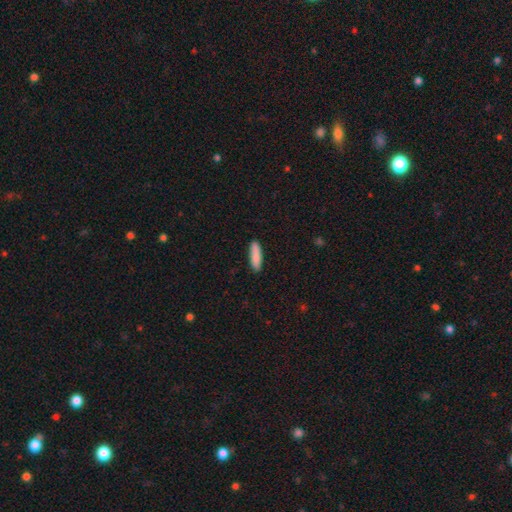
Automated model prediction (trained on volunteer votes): smooth 88%, featured or disk 6%, star or artifact 6%. Down the decision tree: how rounded — cigar-shaped (67%); merging — none (89%).